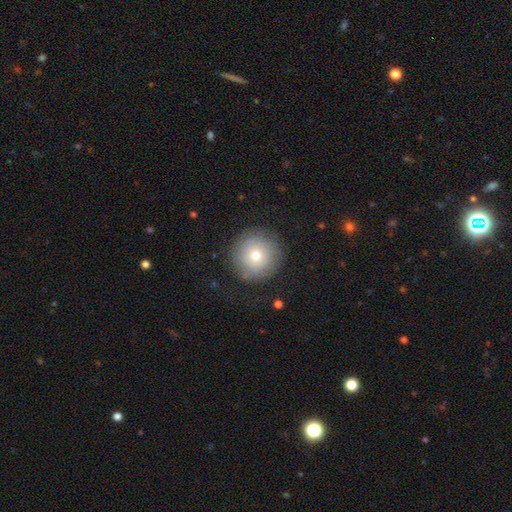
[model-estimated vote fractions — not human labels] Morphology: type=smooth (66%); roundness=round (95%); merging=none (83%).